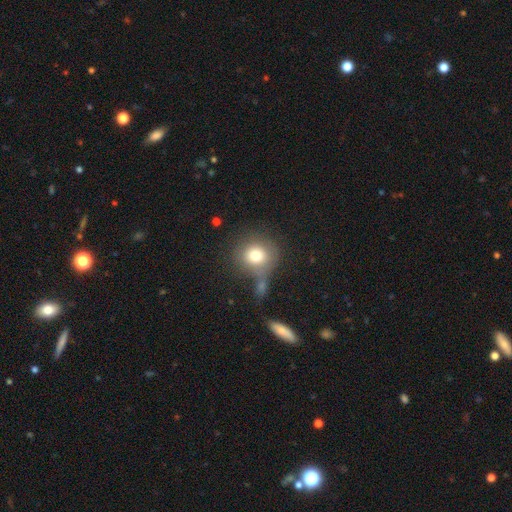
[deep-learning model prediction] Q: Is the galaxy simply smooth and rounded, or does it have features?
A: smooth — 77%.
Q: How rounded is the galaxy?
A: round — 87%.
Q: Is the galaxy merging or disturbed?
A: none — 53%.